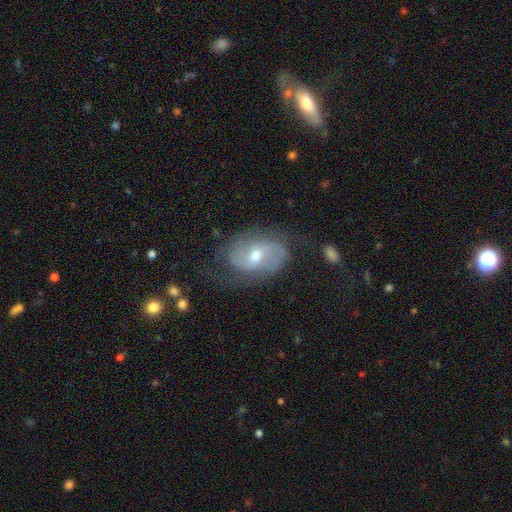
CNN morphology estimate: A featured or disk galaxy (78%) with a weak bar (44%), 2 (79%) medium (43%) spiral arms (91%) and a moderate central bulge (59%).

Vote fractions:
- Smooth or featured? featured or disk: 78% / smooth: 14% / star or artifact: 8%
- Edge-on disk? no: 96% / yes: 4%
- Bar? weak: 44% / no: 41% / strong: 15%
- Spiral arms? yes: 91% / no: 9%
- Spiral winding? medium: 43% / loose: 30% / tight: 27%
- Spiral arm count? 2: 79% / can't tell: 11% / 3: 4% / 1: 3% / 4: 2% / more than 4: 1%
- Bulge size? moderate: 59% / small: 37% / large: 2% / none: 1% / dominant: 1%
- Merging? none: 68% / minor disturbance: 20% / major disturbance: 10% / merger: 2%